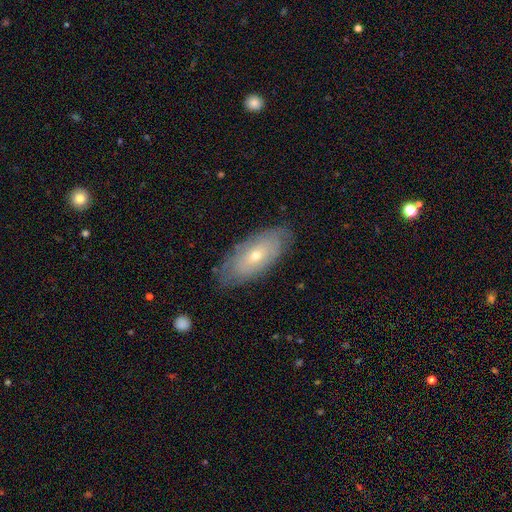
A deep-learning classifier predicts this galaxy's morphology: This is possibly a featured or disk galaxy (48%). Merging: clearly none (81%).